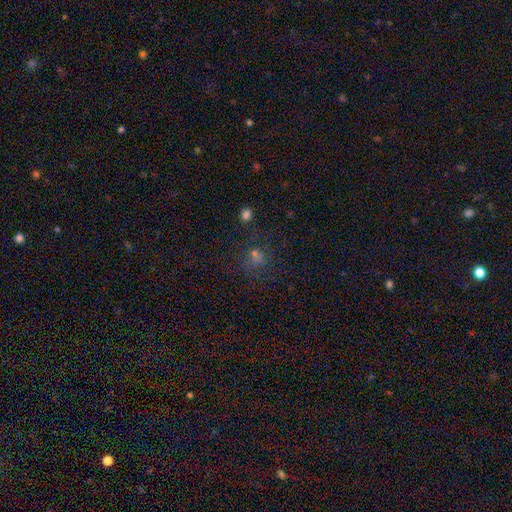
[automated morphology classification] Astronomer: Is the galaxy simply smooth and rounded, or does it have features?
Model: smooth — 49% (runner-up: star or artifact, 38%).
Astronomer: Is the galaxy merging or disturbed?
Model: none — 67%.